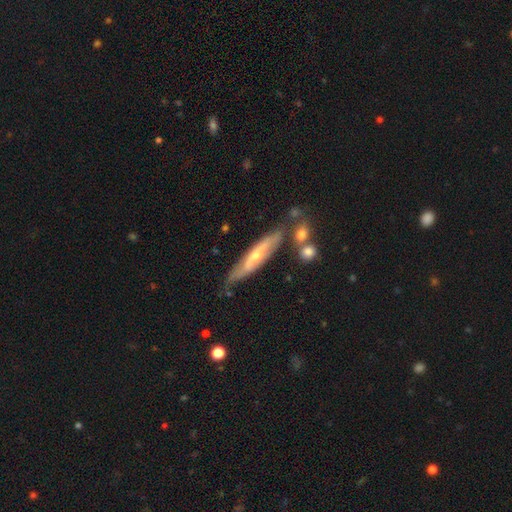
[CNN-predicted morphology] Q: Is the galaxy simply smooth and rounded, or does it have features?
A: featured or disk — 68%.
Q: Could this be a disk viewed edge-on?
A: yes — 65%.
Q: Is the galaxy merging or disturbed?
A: none — 68%.